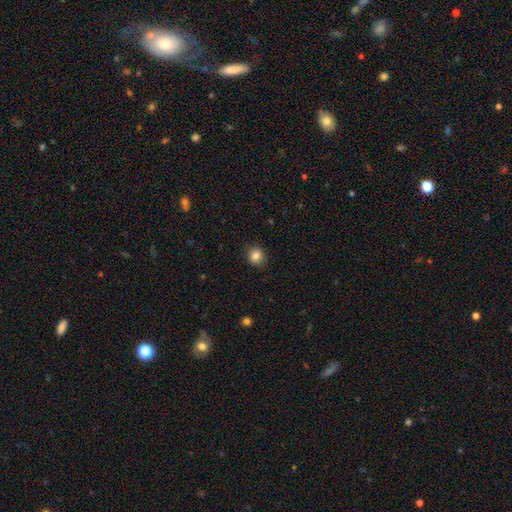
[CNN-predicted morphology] Smooth or featured?
  - smooth: 84% *
  - star or artifact: 11%
  - featured or disk: 5%
How rounded?
  - round: 79% *
  - in between: 20%
  - cigar-shaped: 1%
Merging?
  - none: 88% *
  - minor disturbance: 9%
  - major disturbance: 2%
  - merger: 1%